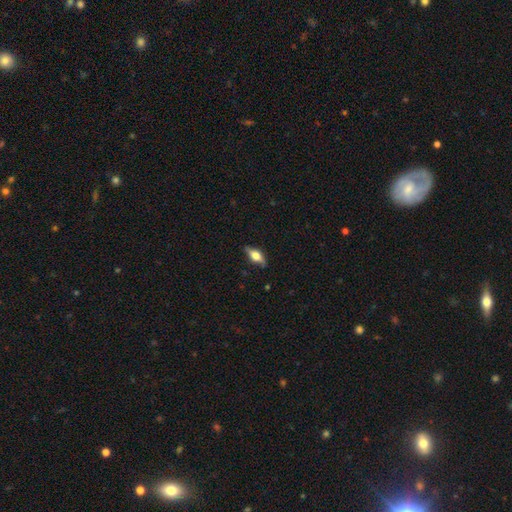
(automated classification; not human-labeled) This is possibly a smooth galaxy (55%). How rounded: likely in between (77%). Merging: likely none (78%).